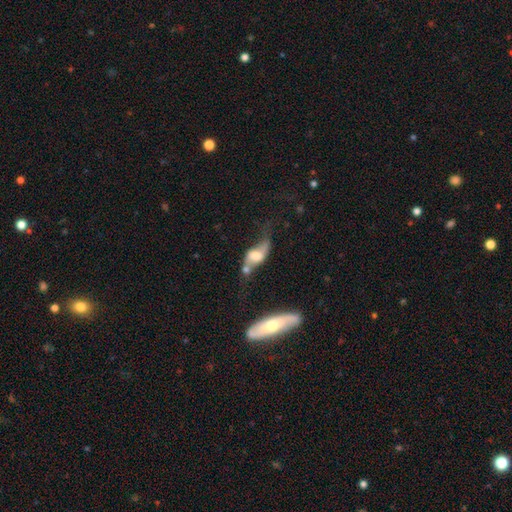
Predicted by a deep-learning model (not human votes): A featured or disk galaxy (55%).

Vote fractions:
- Smooth or featured? featured or disk: 55% / smooth: 37% / star or artifact: 8%
- Edge-on disk? no: 77% / yes: 23%
- Merging? merger: 30% / none: 27% / major disturbance: 23% / minor disturbance: 20%